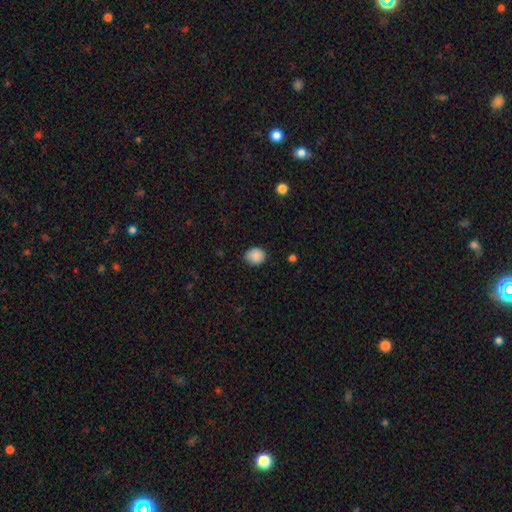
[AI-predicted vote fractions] smooth-or-featured: smooth: 89% | star or artifact: 8% | featured or disk: 3%
  how-rounded: round: 69% | in between: 30% | cigar-shaped: 1%
  merging: none: 82% | minor disturbance: 15% | major disturbance: 3% | merger: 1%